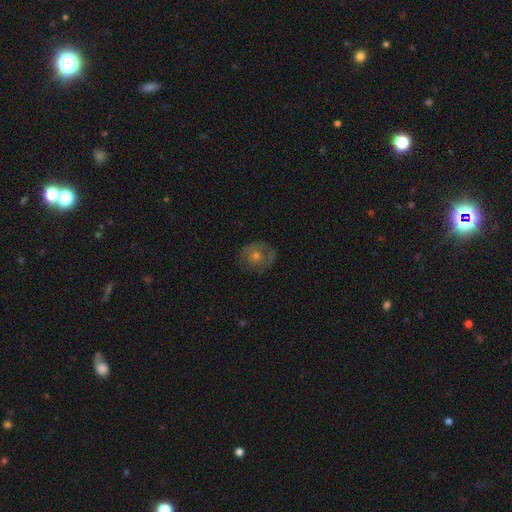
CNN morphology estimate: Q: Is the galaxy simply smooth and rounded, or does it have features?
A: smooth — 45%.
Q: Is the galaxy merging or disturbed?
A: none — 75%.